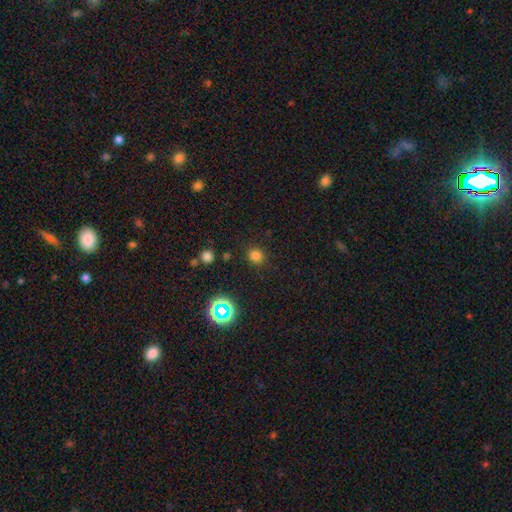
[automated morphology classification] Smooth or featured? smooth (75%)
How rounded? round (89%)
Merging? none (87%)